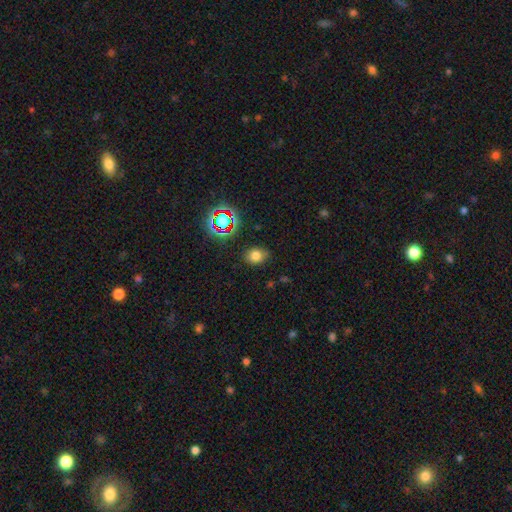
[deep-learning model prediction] This is likely a smooth galaxy (74%). How rounded: possibly in between (56%). Merging: clearly none (82%).